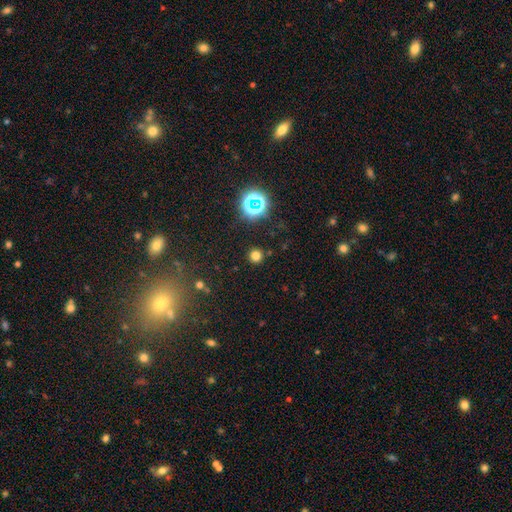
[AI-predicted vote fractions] Q: Smooth or featured?
A: smooth (72%); runner-up: star or artifact (23%)
Q: How rounded?
A: round (95%); runner-up: in between (4%)
Q: Merging?
A: none (90%); runner-up: minor disturbance (6%)